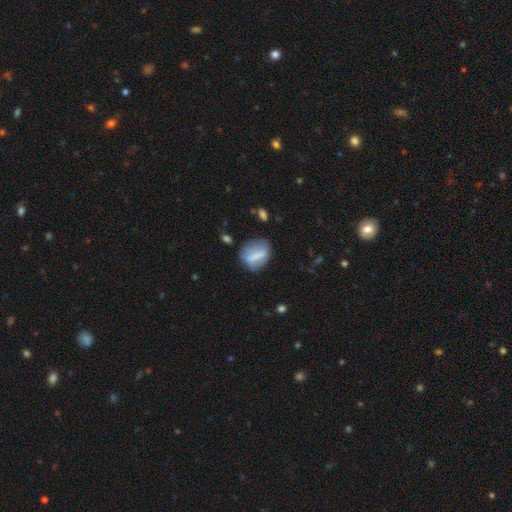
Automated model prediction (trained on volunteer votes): Smooth or featured: smooth — 56% (featured or disk — 35%)
How rounded: in between — 58% (round — 33%)
Merging: none — 68% (minor disturbance — 19%)